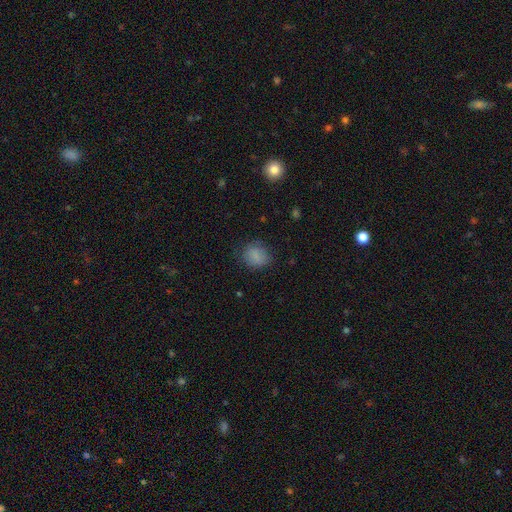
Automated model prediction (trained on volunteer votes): The model was most divided on "how rounded": round: 66%, in between: 33%, cigar-shaped: 1%. More confident: smooth or featured — smooth (83%); merging — none (75%).